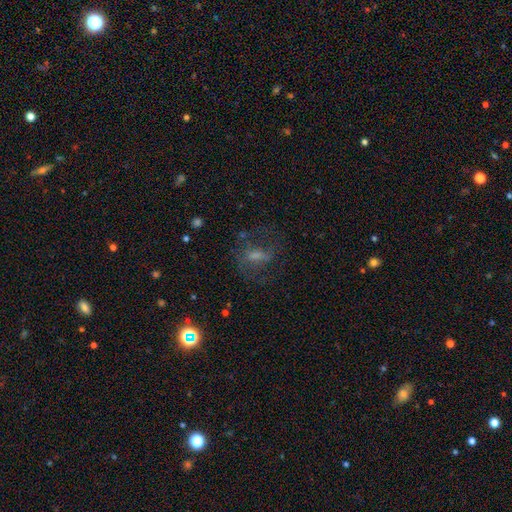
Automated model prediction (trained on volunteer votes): Smooth or featured? featured or disk (50%)
Edge-on disk? no (93%)
Merging? none (54%)